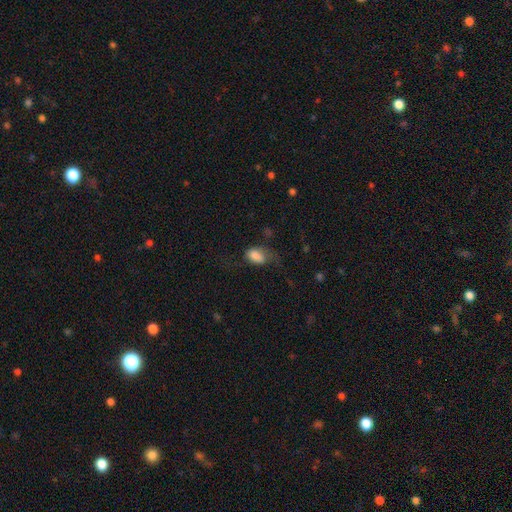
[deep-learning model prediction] Overall: smooth (77%). How rounded: in between (89%). Merging: none (36%; major disturbance 33%).